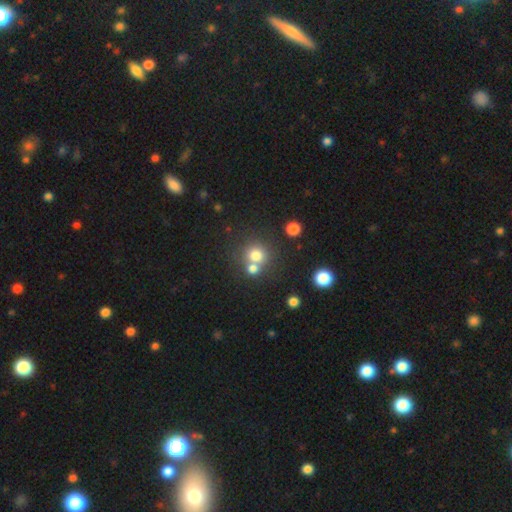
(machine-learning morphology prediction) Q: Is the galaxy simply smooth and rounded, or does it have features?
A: smooth — 75%.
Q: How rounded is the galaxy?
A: round — 87%.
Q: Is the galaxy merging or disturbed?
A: none — 51%.